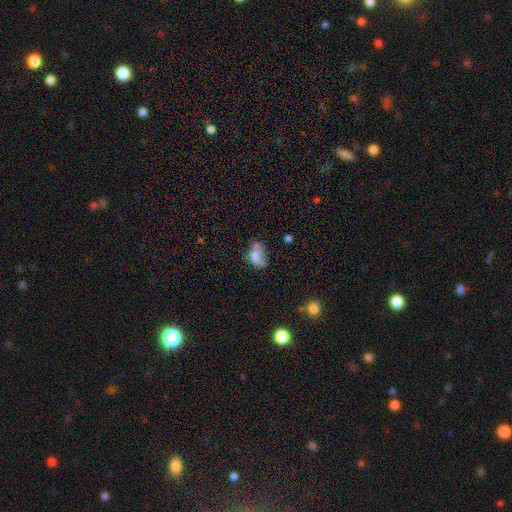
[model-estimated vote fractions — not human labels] Q: Smooth or featured?
A: smooth (59%); runner-up: featured or disk (28%)
Q: How rounded?
A: in between (85%); runner-up: round (12%)
Q: Merging?
A: none (30%); runner-up: major disturbance (29%)